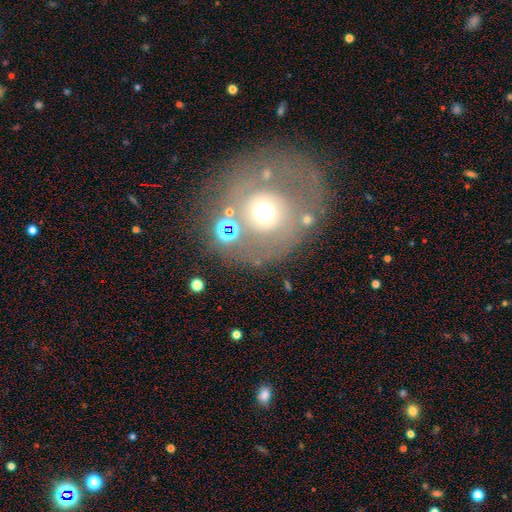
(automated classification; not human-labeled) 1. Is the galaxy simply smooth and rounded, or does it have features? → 52% featured or disk, 34% smooth, 14% star or artifact.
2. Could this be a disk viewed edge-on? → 95% no, 5% yes.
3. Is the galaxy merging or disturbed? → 62% none, 16% minor disturbance, 12% merger, 10% major disturbance.